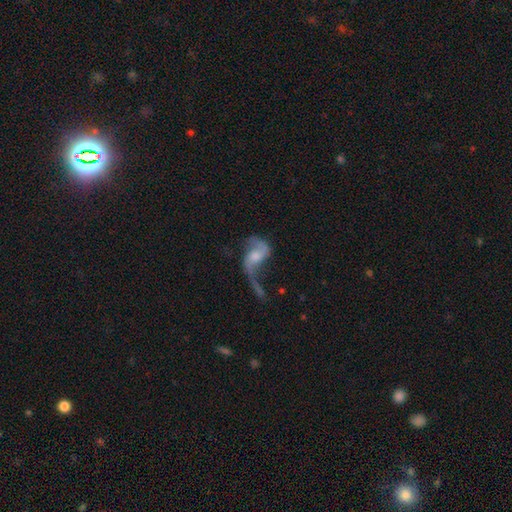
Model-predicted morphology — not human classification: type=featured or disk (82%); edge-on=no (97%); bar=no (53%); spiral arms=yes (92%); winding=loose (81%); arm count=2 (82%); bulge=moderate (43%); merging=major disturbance (38%).